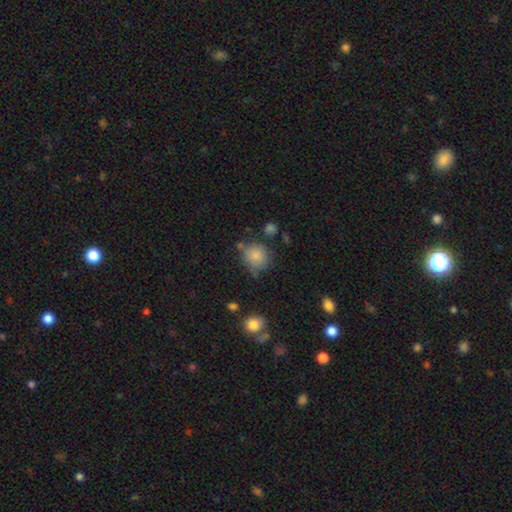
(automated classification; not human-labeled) A smooth galaxy with no disk features (83%) that is round (81%). Merging: none (64%).